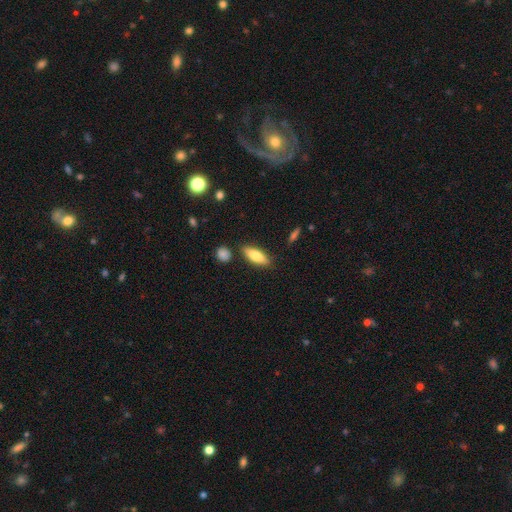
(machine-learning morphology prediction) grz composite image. It shows a smooth galaxy with no disk features (76%) that is in between round and cigar-shaped (61%). Merging: none (83%).